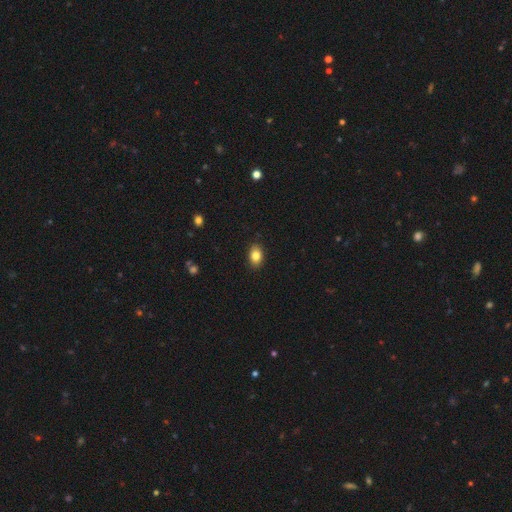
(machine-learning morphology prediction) This appears to be a smooth galaxy with no disk features (84%) that is in between round and cigar-shaped (80%). Merging: none (88%).